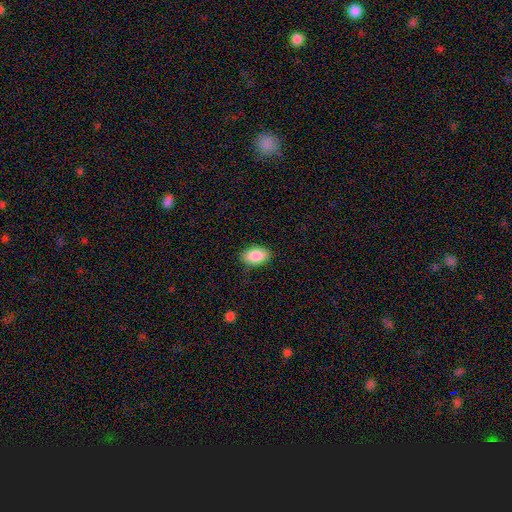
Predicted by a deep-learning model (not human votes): smooth_or_featured: smooth (p=0.88) [alt: star or artifact p=0.07]
how_rounded: in between (p=0.92) [alt: round p=0.06]
merging: none (p=0.86) [alt: minor disturbance p=0.11]